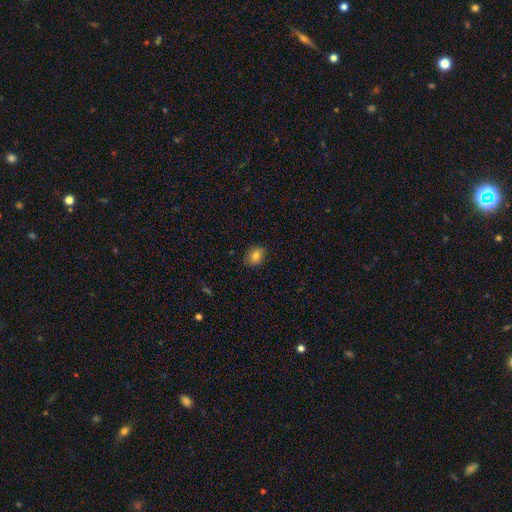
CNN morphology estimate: smooth_or_featured: smooth (p=0.79) [alt: featured or disk p=0.10]
how_rounded: in between (p=0.66) [alt: round p=0.32]
merging: none (p=0.79) [alt: minor disturbance p=0.17]